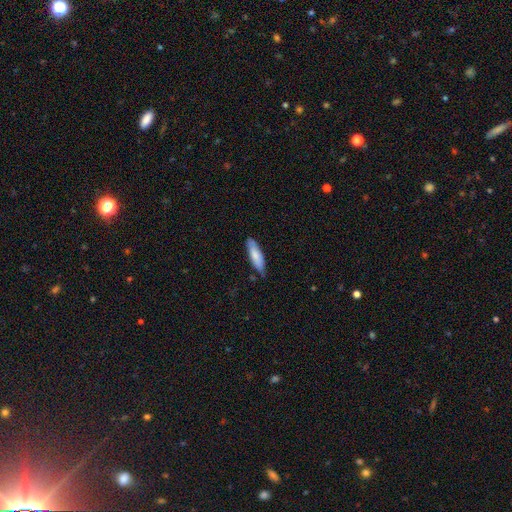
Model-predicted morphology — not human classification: Smooth or featured: smooth — 77% (featured or disk — 17%)
How rounded: cigar-shaped — 58% (in between — 41%)
Merging: none — 76% (minor disturbance — 20%)